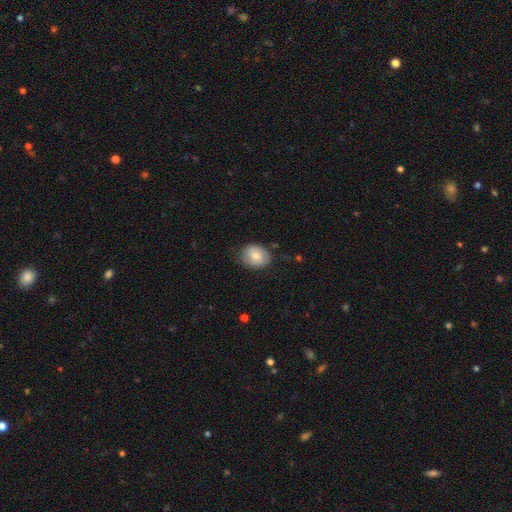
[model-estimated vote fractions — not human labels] A smooth galaxy with no disk features (70%) that is in between round and cigar-shaped (53%).

Vote fractions:
- Smooth or featured? smooth: 70% / featured or disk: 23% / star or artifact: 7%
- How rounded? in between: 53% / round: 46% / cigar-shaped: 1%
- Merging? none: 71% / minor disturbance: 22% / major disturbance: 6% / merger: 2%